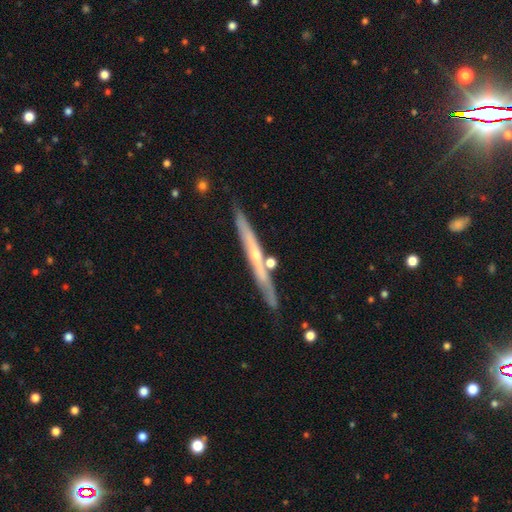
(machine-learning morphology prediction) This appears to be a featured or disk galaxy (66%) viewed edge-on (94%) with a rounded central bulge (53%). Merging: none (79%).